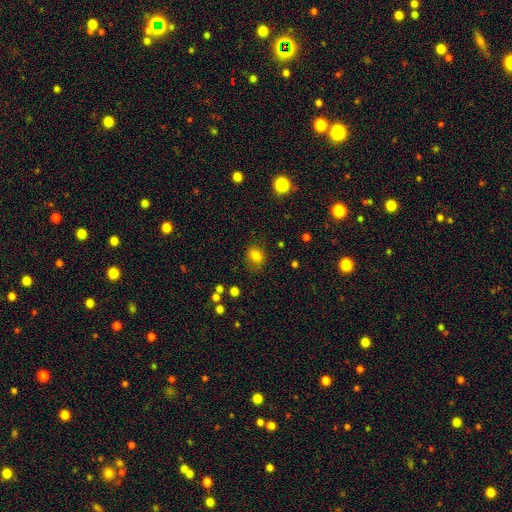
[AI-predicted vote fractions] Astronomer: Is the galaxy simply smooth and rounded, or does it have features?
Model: smooth — 81%.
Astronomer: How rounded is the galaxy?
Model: round — 52% (runner-up: in between, 47%).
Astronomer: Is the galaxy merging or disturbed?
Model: none — 78%.